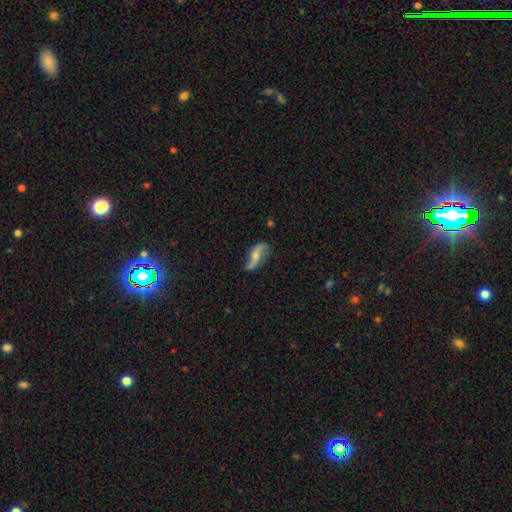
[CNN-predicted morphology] A featured or disk galaxy (67%) with no bar (49%), 2 (89%) loose (86%) spiral arms (88%) and a small central bulge (44%). Merging: none (63%).